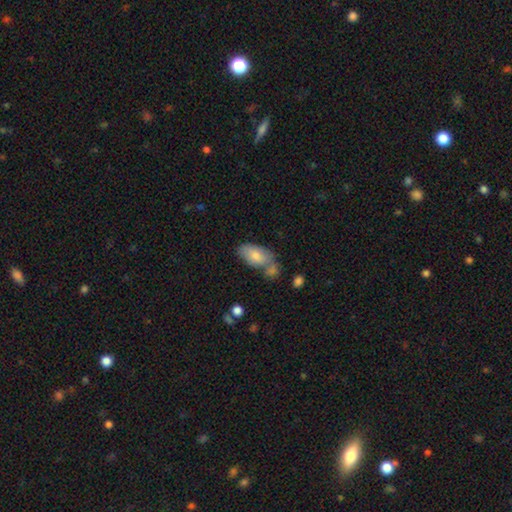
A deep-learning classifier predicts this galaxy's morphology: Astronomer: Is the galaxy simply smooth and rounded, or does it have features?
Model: smooth — 78%.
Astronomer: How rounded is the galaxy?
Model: in between — 94%.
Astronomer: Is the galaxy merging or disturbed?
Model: none — 41% (runner-up: merger, 30%).